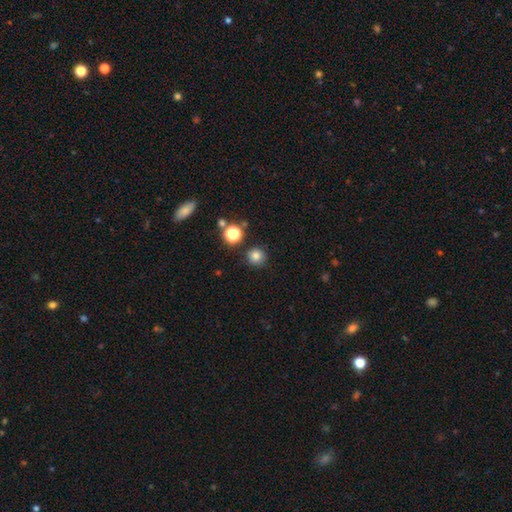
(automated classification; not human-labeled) A smooth galaxy with no disk features (80%) that is round (94%). Merging: none (87%).